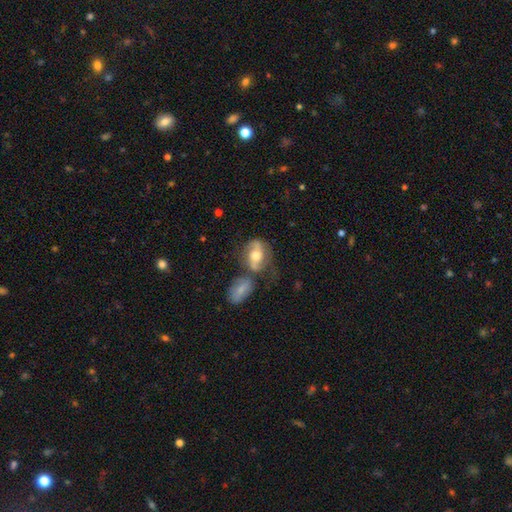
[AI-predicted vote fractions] featured or disk 58%, smooth 34%, star or artifact 8%. Down the decision tree: edge-on disk — no (93%); bar — no (47%); spiral arms — yes (78%); bulge size — moderate (70%); merging — none (43%).